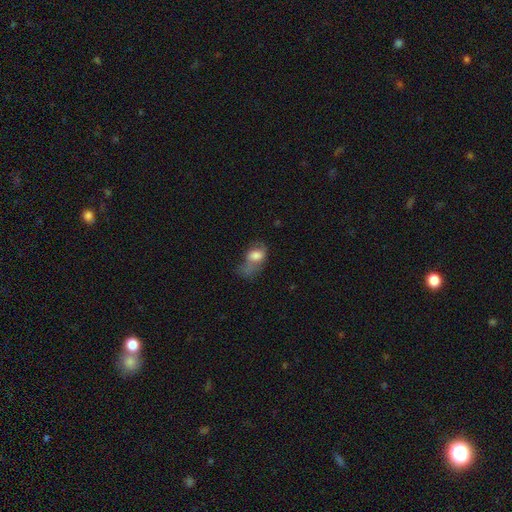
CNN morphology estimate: The model was most divided on "merging": major disturbance: 47%, minor disturbance: 21%, none: 18%, merger: 13%. More confident: how rounded — in between (79%); smooth or featured — smooth (64%).